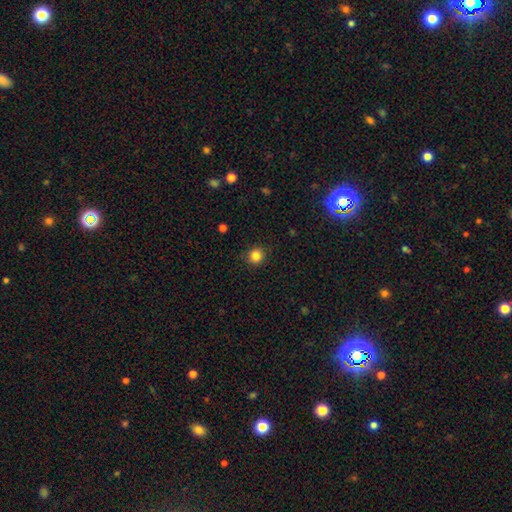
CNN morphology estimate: Smooth or featured? smooth (85%)
How rounded? round (91%)
Merging? none (89%)